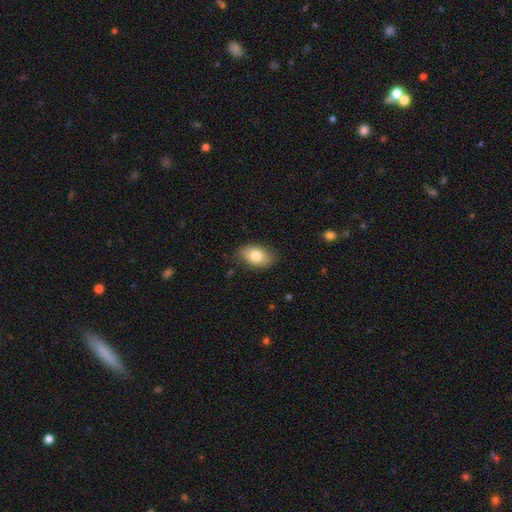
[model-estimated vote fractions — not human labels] Smooth or featured?
  - smooth: 79% *
  - featured or disk: 14%
  - star or artifact: 7%
How rounded?
  - in between: 91% *
  - round: 8%
  - cigar-shaped: 2%
Merging?
  - none: 83% *
  - minor disturbance: 14%
  - major disturbance: 3%
  - merger: 1%